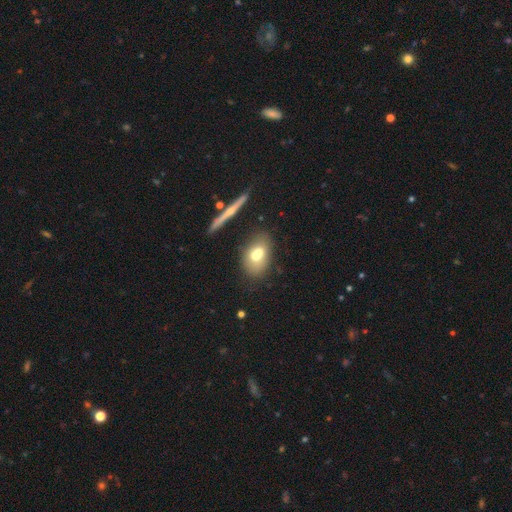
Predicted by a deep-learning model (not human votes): smooth_or_featured: smooth (p=0.66) [alt: featured or disk p=0.24]
how_rounded: in between (p=0.72) [alt: round p=0.24]
merging: none (p=0.47) [alt: merger p=0.33]